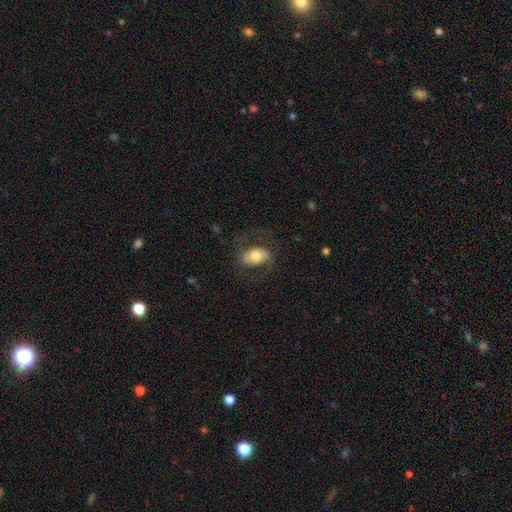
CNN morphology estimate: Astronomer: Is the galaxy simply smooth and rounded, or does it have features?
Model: smooth — 54% (runner-up: featured or disk, 39%).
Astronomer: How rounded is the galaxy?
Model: in between — 83%.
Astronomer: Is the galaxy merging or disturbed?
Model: none — 68%.